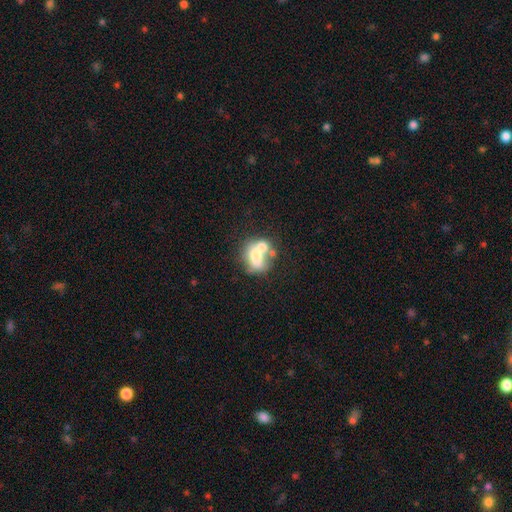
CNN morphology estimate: Smooth or featured? Predicted: smooth (p=0.58). How rounded? Predicted: in between (p=0.61). Merging? Predicted: merger (p=0.56).